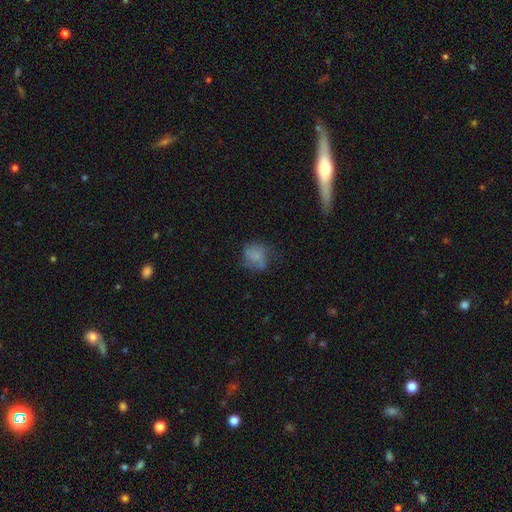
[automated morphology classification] A smooth galaxy with no disk features (61%) that is round (62%). Merging: none (50%).